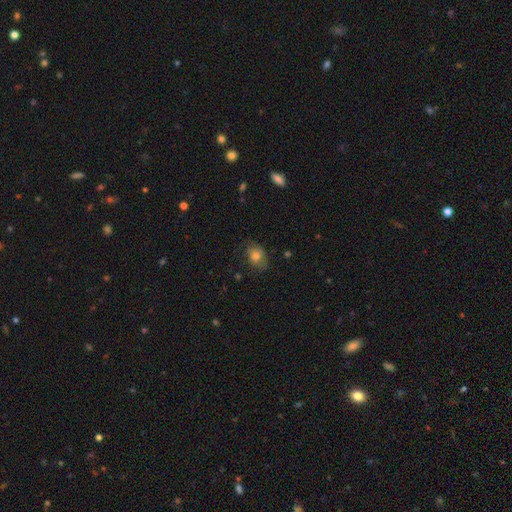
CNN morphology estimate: The model was most divided on "how rounded": in between: 66%, round: 32%, cigar-shaped: 1%. More confident: smooth or featured — smooth (68%); merging — none (62%).